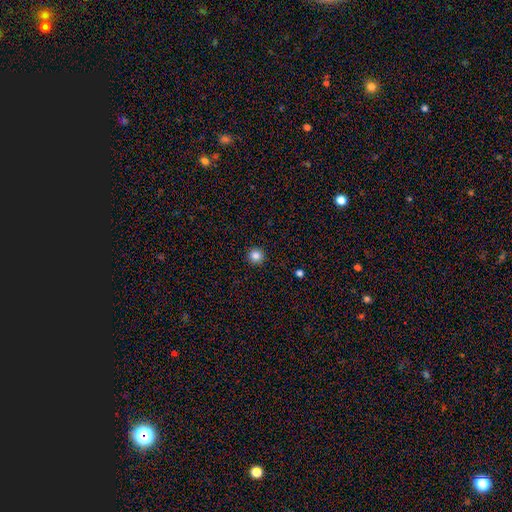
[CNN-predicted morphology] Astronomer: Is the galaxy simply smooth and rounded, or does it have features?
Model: smooth — 85%.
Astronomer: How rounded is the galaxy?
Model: round — 96%.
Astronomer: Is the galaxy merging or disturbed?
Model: none — 93%.